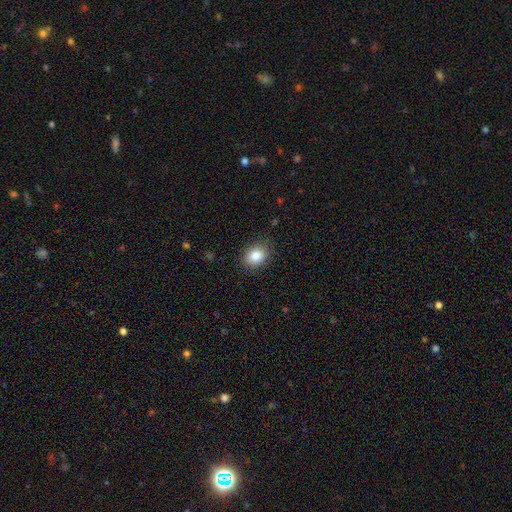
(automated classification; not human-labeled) This appears to be a smooth galaxy with no disk features (85%) that is in between round and cigar-shaped (63%). Merging: none (84%).